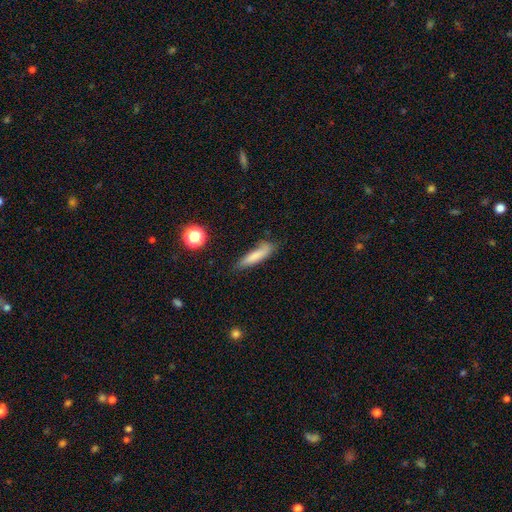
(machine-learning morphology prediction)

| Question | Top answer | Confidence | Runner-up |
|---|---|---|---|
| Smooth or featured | smooth | 76% | featured or disk (16%) |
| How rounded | cigar-shaped | 77% | in between (21%) |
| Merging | none | 69% | minor disturbance (23%) |